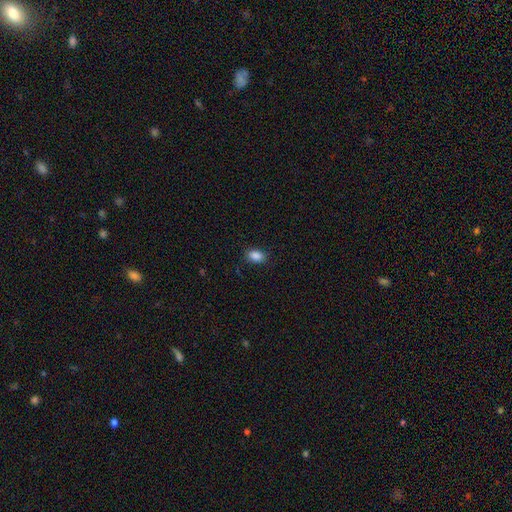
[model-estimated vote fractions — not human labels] smooth-or-featured: smooth: 88% | star or artifact: 9% | featured or disk: 3%
  how-rounded: in between: 87% | round: 12% | cigar-shaped: 2%
  merging: none: 87% | minor disturbance: 10% | major disturbance: 3% | merger: 1%